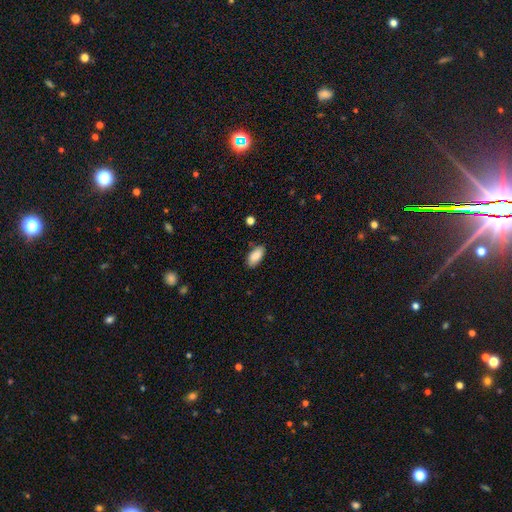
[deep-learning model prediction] A smooth galaxy with no disk features (88%) that is in between round and cigar-shaped (92%).

Vote fractions:
- Smooth or featured? smooth: 88% / star or artifact: 7% / featured or disk: 6%
- How rounded? in between: 92% / cigar-shaped: 6% / round: 2%
- Merging? none: 82% / minor disturbance: 14% / major disturbance: 3% / merger: 2%